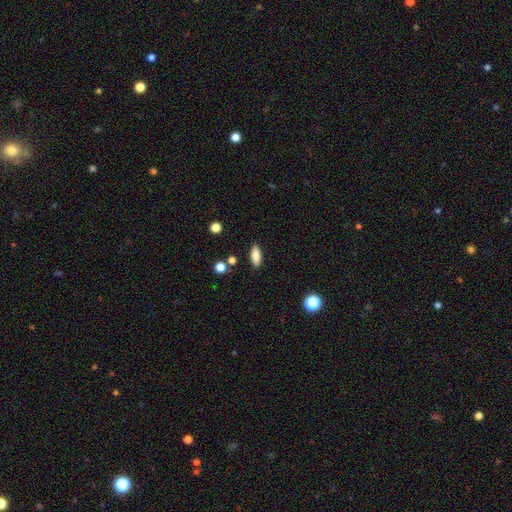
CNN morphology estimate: Q: Smooth or featured?
A: smooth (80%); runner-up: featured or disk (12%)
Q: How rounded?
A: in between (72%); runner-up: cigar-shaped (25%)
Q: Merging?
A: none (86%); runner-up: minor disturbance (9%)